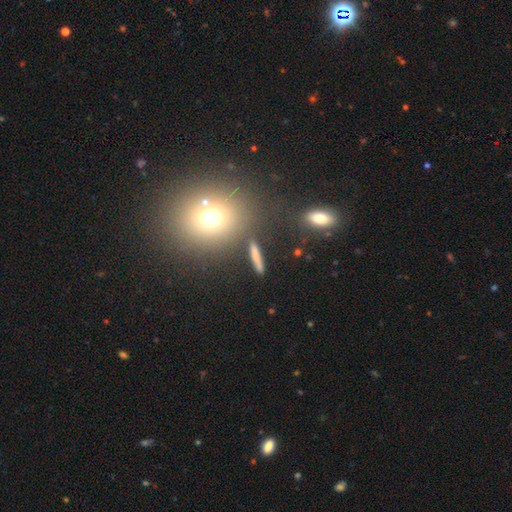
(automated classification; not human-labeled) smooth_or_featured: smooth (p=0.67) [alt: featured or disk p=0.21]
how_rounded: cigar-shaped (p=0.84) [alt: in between p=0.10]
merging: none (p=0.82) [alt: minor disturbance p=0.09]